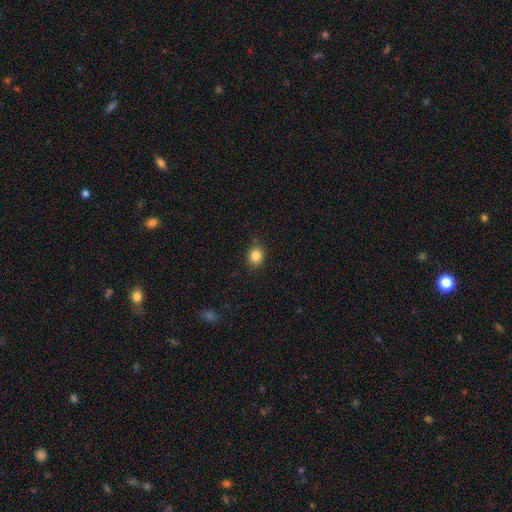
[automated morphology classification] The model was most divided on "how rounded": round: 58%, in between: 41%, cigar-shaped: 1%. More confident: merging — none (86%); smooth or featured — smooth (85%).